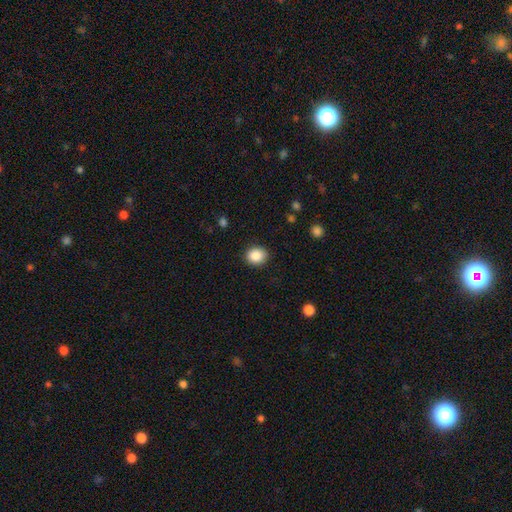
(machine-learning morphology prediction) smooth-or-featured: smooth: 88% | star or artifact: 8% | featured or disk: 4%
  how-rounded: round: 69% | in between: 30% | cigar-shaped: 1%
  merging: none: 89% | minor disturbance: 8% | major disturbance: 2% | merger: 1%